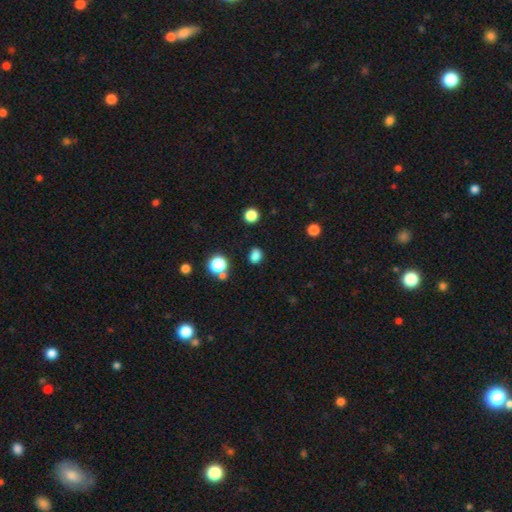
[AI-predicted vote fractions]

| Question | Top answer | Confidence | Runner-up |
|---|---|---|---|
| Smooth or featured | smooth | 81% | star or artifact (14%) |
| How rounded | in between | 59% | round (40%) |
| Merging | none | 80% | minor disturbance (12%) |